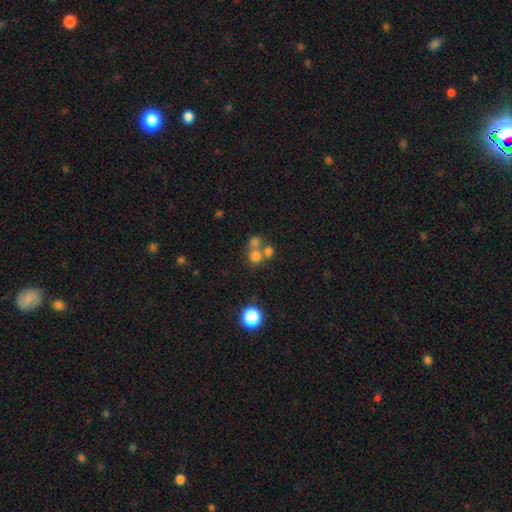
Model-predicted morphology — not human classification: Q: Smooth or featured?
A: smooth (67%); runner-up: star or artifact (17%)
Q: How rounded?
A: round (81%); runner-up: in between (18%)
Q: Merging?
A: merger (49%); runner-up: none (40%)